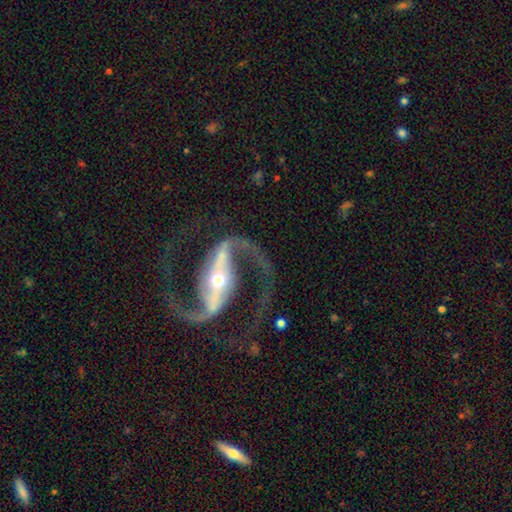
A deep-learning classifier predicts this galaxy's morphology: type=featured or disk (94%); edge-on=no (97%); bar=strong (66%); spiral arms=yes (98%); winding=medium (62%); arm count=2 (95%); bulge=moderate (47%); merging=none (80%).